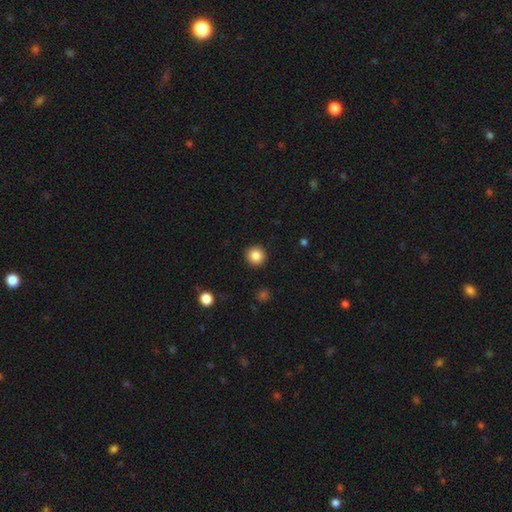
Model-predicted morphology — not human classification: Smooth or featured? Predicted: smooth (p=0.85). How rounded? Predicted: round (p=0.95). Merging? Predicted: none (p=0.93).